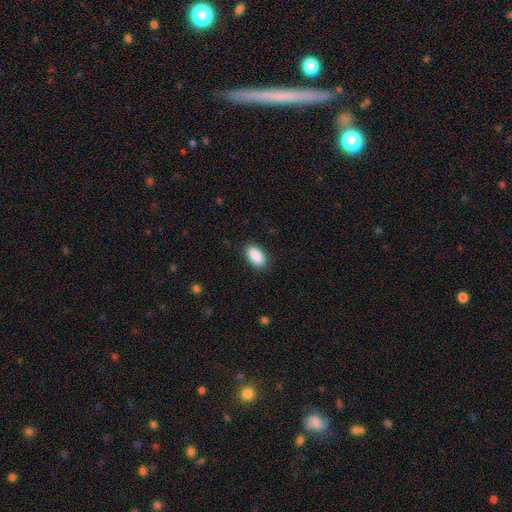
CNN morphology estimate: A smooth galaxy with no disk features (90%) that is in between round and cigar-shaped (93%).

Vote fractions:
- Smooth or featured? smooth: 90% / star or artifact: 6% / featured or disk: 4%
- How rounded? in between: 93% / round: 4% / cigar-shaped: 3%
- Merging? none: 87% / minor disturbance: 9% / major disturbance: 2% / merger: 1%